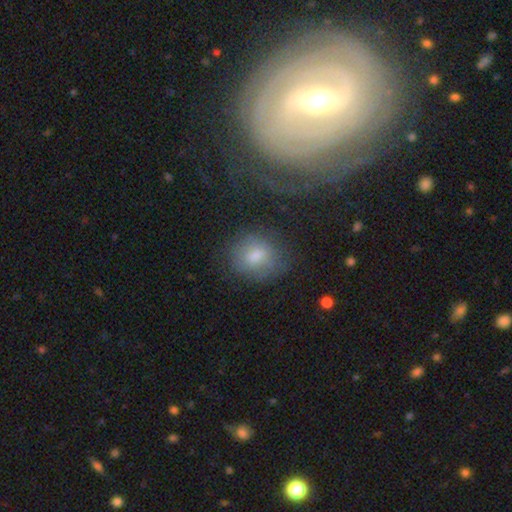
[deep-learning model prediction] smooth_or_featured: smooth (p=0.75) [alt: featured or disk p=0.16]
how_rounded: round (p=0.65) [alt: in between p=0.34]
merging: none (p=0.69) [alt: minor disturbance p=0.19]